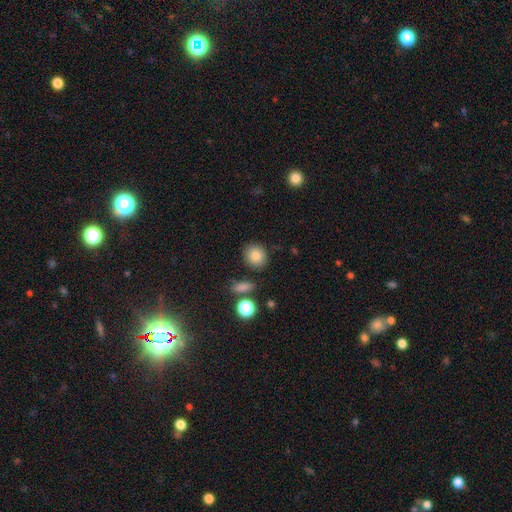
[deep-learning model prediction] Smooth or featured? Predicted: smooth (p=0.84). How rounded? Predicted: round (p=0.77). Merging? Predicted: none (p=0.84).